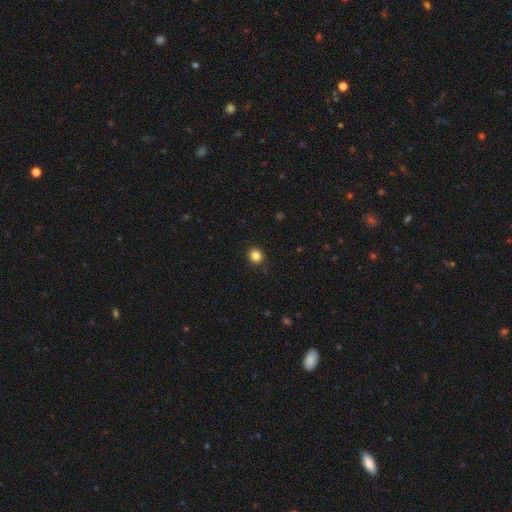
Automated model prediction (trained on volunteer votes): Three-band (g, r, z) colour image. It shows a smooth galaxy with no disk features (84%) that is round (84%). Merging: none (91%).